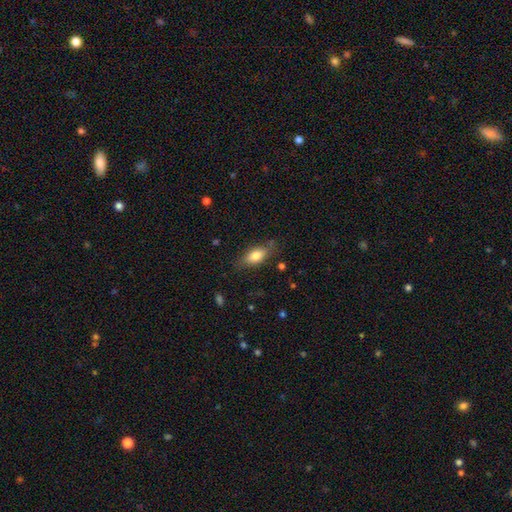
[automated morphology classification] Smooth or featured? Predicted: smooth (p=0.78). How rounded? Predicted: in between (p=0.83). Merging? Predicted: none (p=0.75).